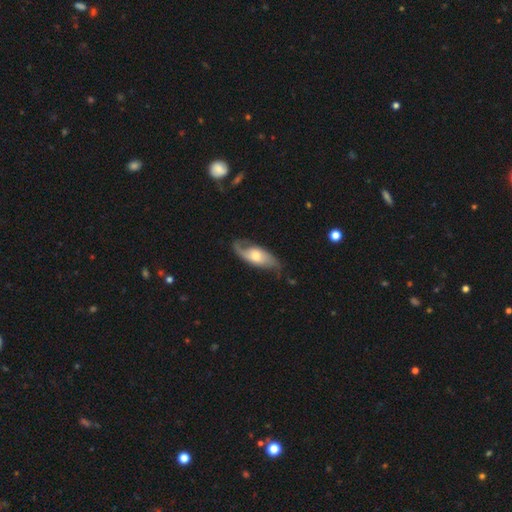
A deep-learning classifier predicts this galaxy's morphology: Smooth or featured? Predicted: featured or disk (p=0.70). Edge-on disk? Predicted: no (p=0.89). Bar? Predicted: no (p=0.69). Spiral arms? Predicted: yes (p=0.89). Spiral winding? Predicted: loose (p=0.53). Spiral arm count? Predicted: 2 (p=0.79). Bulge size? Predicted: moderate (p=0.61). Merging? Predicted: none (p=0.65).